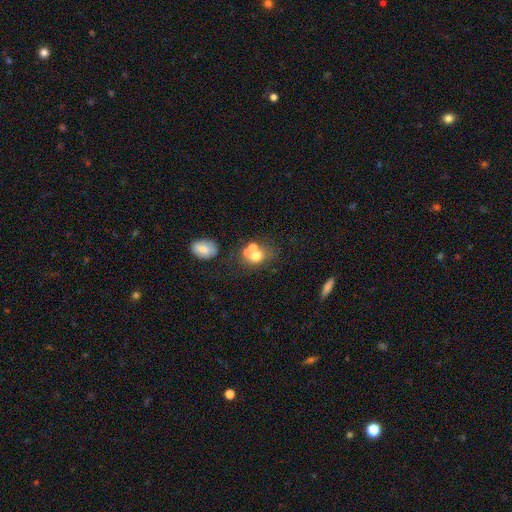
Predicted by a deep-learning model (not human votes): Overall: smooth (62%; featured or disk 23%). How rounded: round (61%; in between 38%). Merging: merger (47%; none 37%).